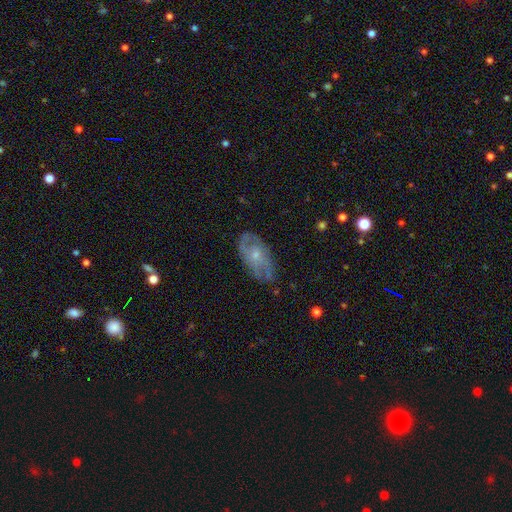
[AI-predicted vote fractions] A featured or disk galaxy (66%) with no bar (79%), spiral arms (77%) and a small central bulge (63%). Merging: none (69%).